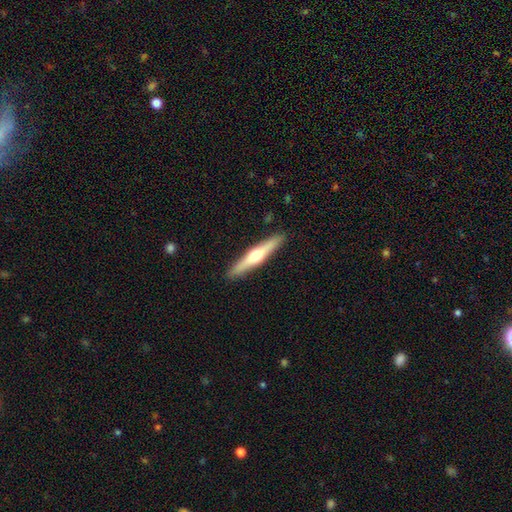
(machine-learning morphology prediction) Smooth or featured: featured or disk — 58% (smooth — 37%)
Edge-on disk: yes — 96% (no — 4%)
Edge-on bulge: rounded — 90% (none — 6%)
Merging: none — 91% (minor disturbance — 7%)